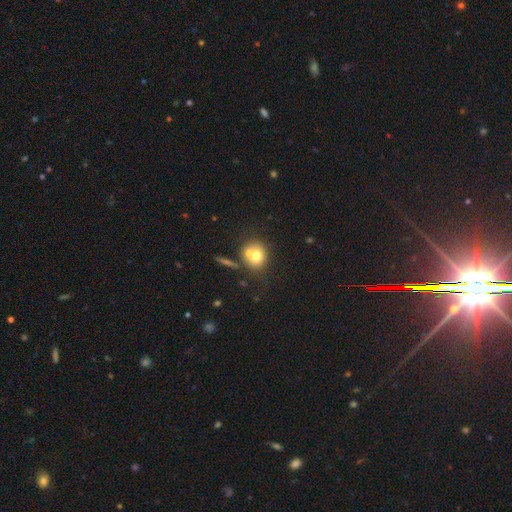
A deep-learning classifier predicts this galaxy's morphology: Overall: smooth (70%). How rounded: round (76%). Merging: none (48%; merger 37%).